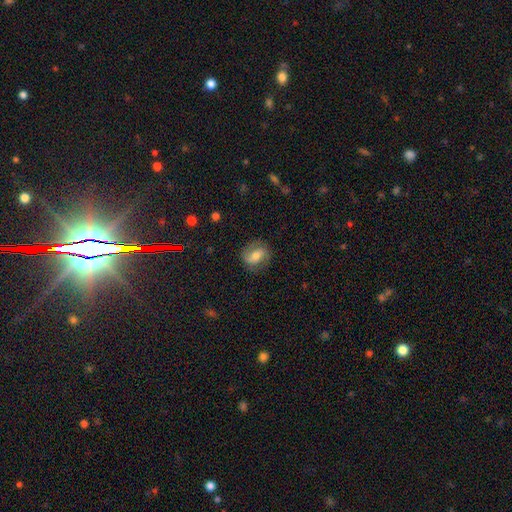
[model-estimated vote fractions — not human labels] smooth 46% (tied), featured or disk 46% (tied), star or artifact 8%. Down the decision tree: merging — none (77%).